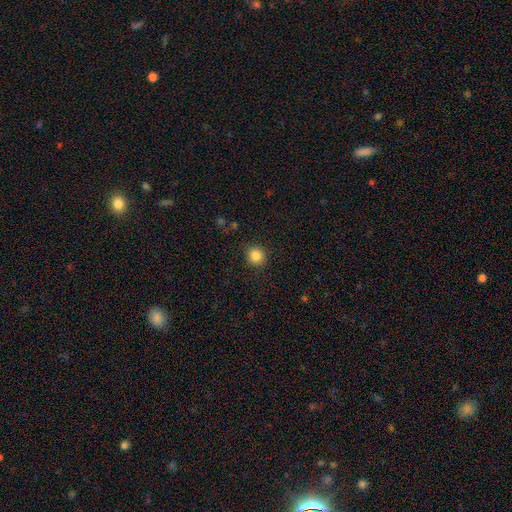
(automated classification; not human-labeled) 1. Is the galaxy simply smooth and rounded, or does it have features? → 86% smooth, 10% star or artifact, 4% featured or disk.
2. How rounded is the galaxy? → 87% round, 12% in between, 1% cigar-shaped.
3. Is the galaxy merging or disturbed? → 88% none, 8% minor disturbance, 3% major disturbance, 1% merger.